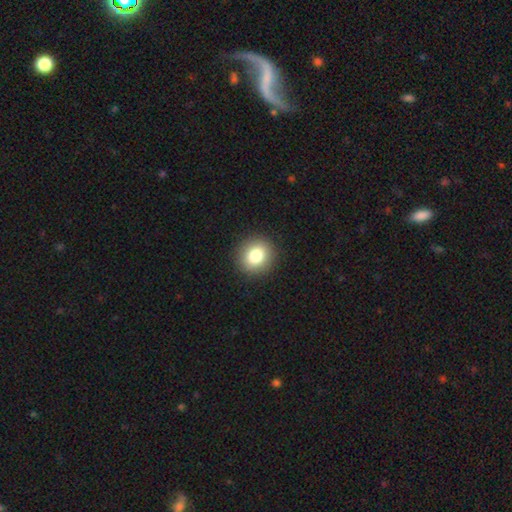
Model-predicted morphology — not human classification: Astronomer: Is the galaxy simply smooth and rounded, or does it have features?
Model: smooth — 81%.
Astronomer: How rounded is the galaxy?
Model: round — 85%.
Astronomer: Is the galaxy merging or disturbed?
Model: none — 92%.